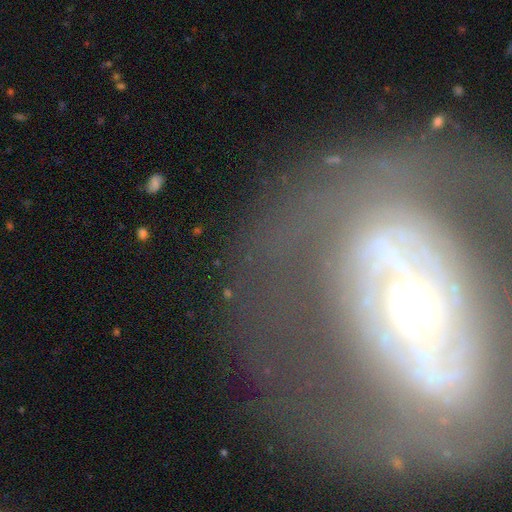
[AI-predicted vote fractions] A featured or disk galaxy (78%) with no bar (57%), tight (56%) spiral arms (73%) and a small central bulge (48%).

Vote fractions:
- Smooth or featured? featured or disk: 78% / smooth: 13% / star or artifact: 9%
- Edge-on disk? no: 94% / yes: 6%
- Bar? no: 57% / weak: 24% / strong: 20%
- Spiral arms? yes: 73% / no: 27%
- Spiral winding? tight: 56% / medium: 30% / loose: 15%
- Spiral arm count? can't tell: 37% / 2: 36% / 3: 9% / 1: 7% / 4: 5% / more than 4: 5%
- Bulge size? small: 48% / moderate: 42% / large: 6% / dominant: 2% / none: 2%
- Merging? none: 58% / major disturbance: 22% / minor disturbance: 16% / merger: 4%